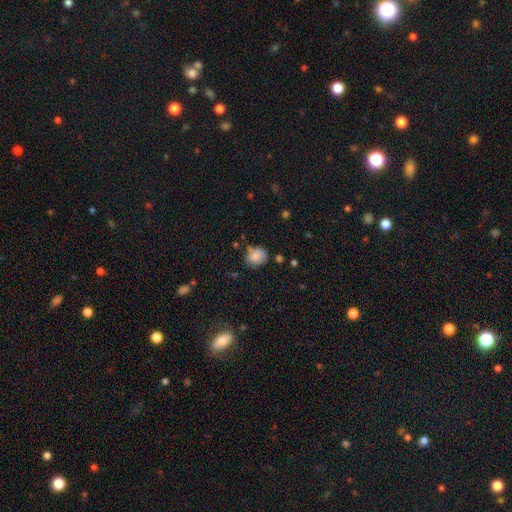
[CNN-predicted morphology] Q: Smooth or featured?
A: smooth (80%); runner-up: featured or disk (10%)
Q: How rounded?
A: round (57%); runner-up: in between (42%)
Q: Merging?
A: none (58%); runner-up: minor disturbance (28%)